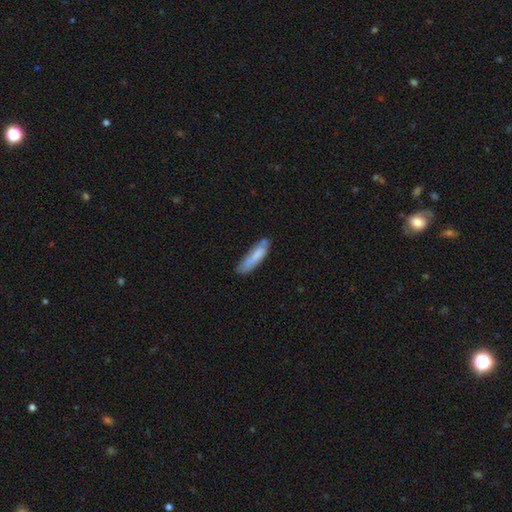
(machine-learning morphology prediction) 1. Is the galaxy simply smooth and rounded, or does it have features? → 76% smooth, 18% featured or disk, 6% star or artifact.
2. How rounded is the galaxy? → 75% cigar-shaped, 23% in between, 1% round.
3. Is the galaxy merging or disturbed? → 59% none, 26% minor disturbance, 8% merger, 7% major disturbance.